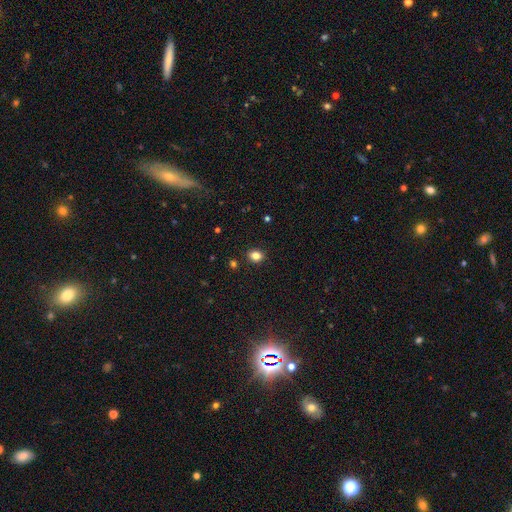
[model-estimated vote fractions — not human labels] smooth 83%, star or artifact 12%, featured or disk 5%. Down the decision tree: how rounded — round (52%); merging — none (89%).